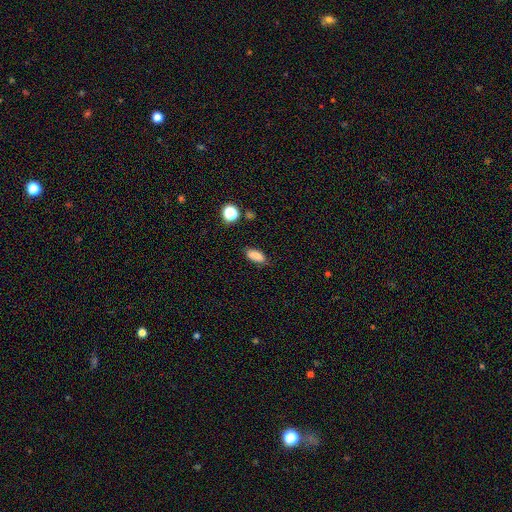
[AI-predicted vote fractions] This appears to be a smooth galaxy with no disk features (85%) that is in between round and cigar-shaped (83%). Merging: none (77%).